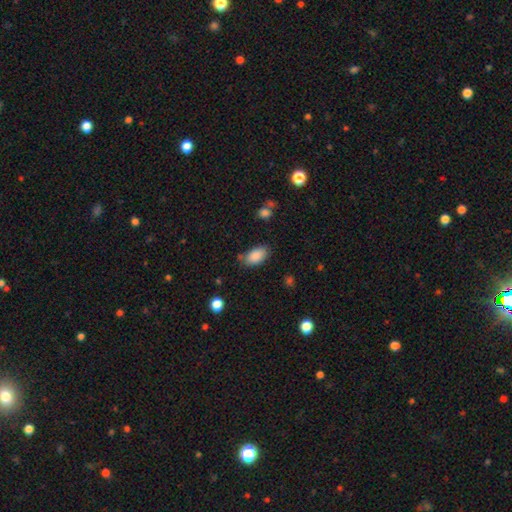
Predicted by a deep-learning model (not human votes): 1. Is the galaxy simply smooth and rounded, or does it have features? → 88% smooth, 7% star or artifact, 5% featured or disk.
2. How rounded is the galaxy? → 93% in between, 4% round, 2% cigar-shaped.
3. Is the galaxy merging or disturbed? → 74% none, 18% minor disturbance, 4% major disturbance, 4% merger.